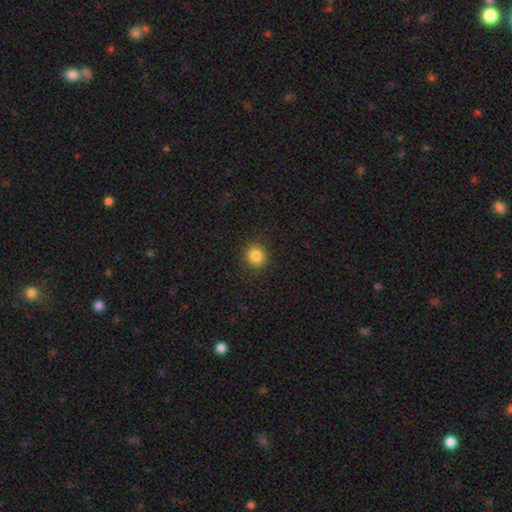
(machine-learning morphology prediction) The model was most divided on "smooth or featured": smooth: 85%, star or artifact: 11%, featured or disk: 4%. More confident: merging — none (90%); how rounded — round (87%).